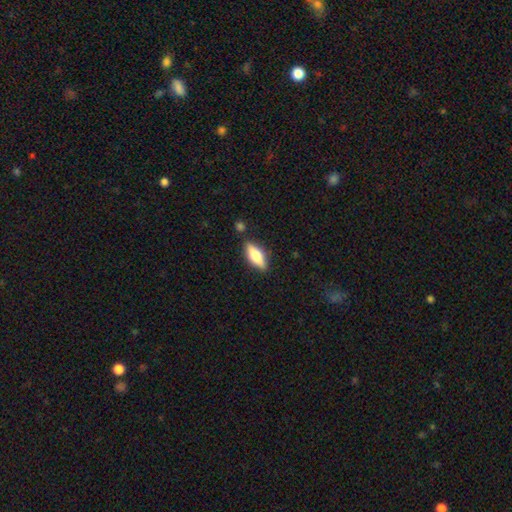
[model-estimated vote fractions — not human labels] Q: Smooth or featured?
A: smooth (57%); runner-up: featured or disk (36%)
Q: How rounded?
A: in between (67%); runner-up: cigar-shaped (30%)
Q: Merging?
A: none (84%); runner-up: minor disturbance (10%)